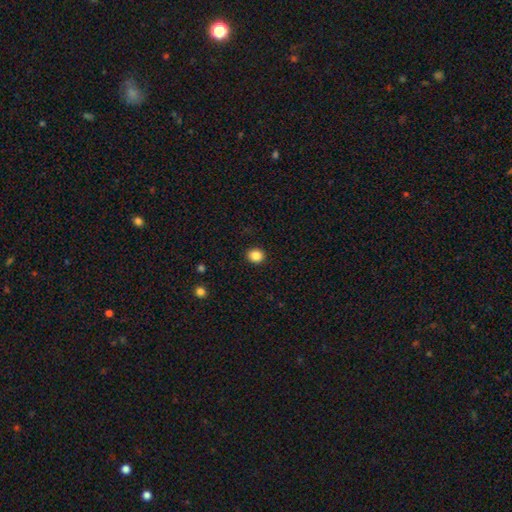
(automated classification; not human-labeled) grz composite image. It shows a smooth galaxy with no disk features (86%) that is round (76%). Merging: none (92%).